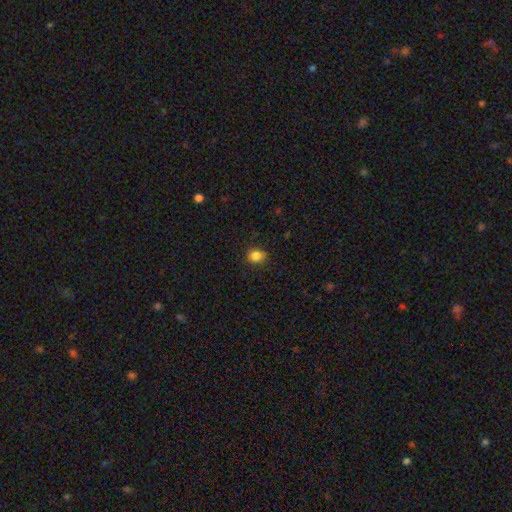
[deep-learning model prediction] smooth_or_featured: smooth (p=0.85) [alt: star or artifact p=0.11]
how_rounded: round (p=0.64) [alt: in between p=0.35]
merging: none (p=0.83) [alt: minor disturbance p=0.13]